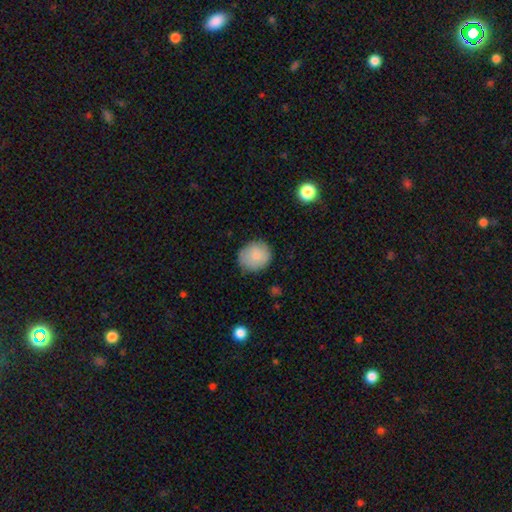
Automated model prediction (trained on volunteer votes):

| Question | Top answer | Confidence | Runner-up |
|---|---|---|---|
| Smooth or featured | smooth | 84% | featured or disk (9%) |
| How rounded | round | 81% | in between (18%) |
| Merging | none | 80% | minor disturbance (15%) |